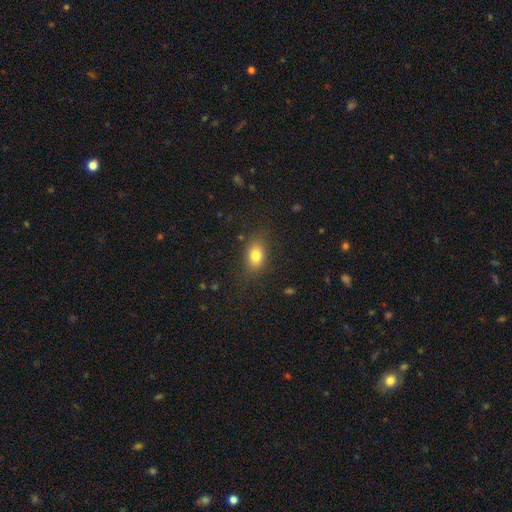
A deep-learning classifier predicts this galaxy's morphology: This appears to be a smooth galaxy with no disk features (79%) that is in between round and cigar-shaped (77%). Merging: none (81%).